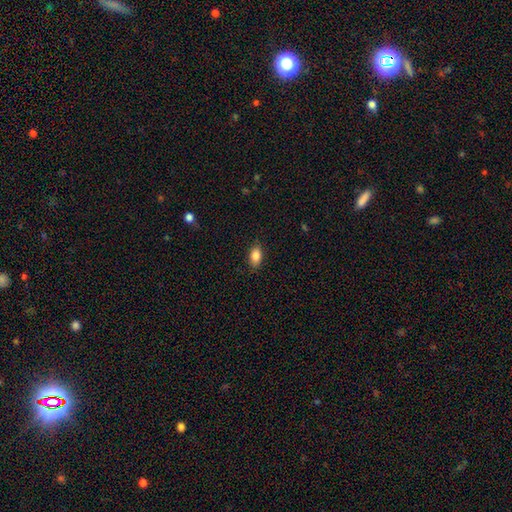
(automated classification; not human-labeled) This appears to be a smooth galaxy with no disk features (85%) that is in between round and cigar-shaped (87%). Merging: none (87%).